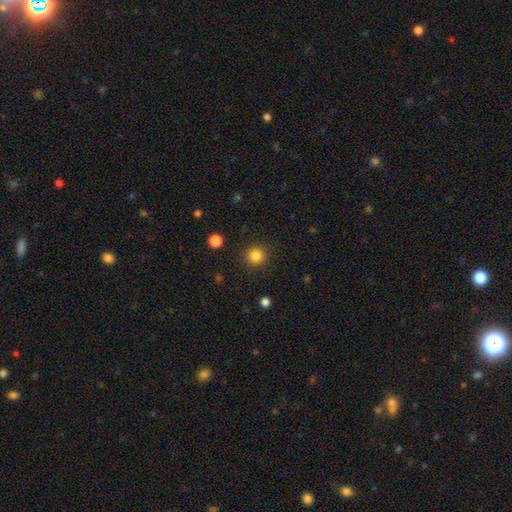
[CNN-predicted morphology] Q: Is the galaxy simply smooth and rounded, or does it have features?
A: smooth — 84%.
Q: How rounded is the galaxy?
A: round — 95%.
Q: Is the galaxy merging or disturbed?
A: none — 90%.